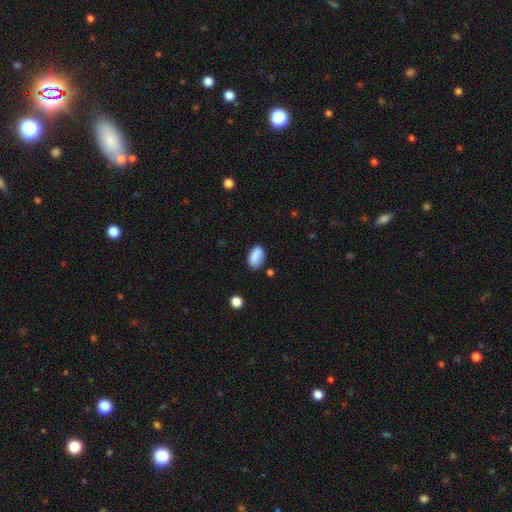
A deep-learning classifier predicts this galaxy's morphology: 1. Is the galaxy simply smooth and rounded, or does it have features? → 87% smooth, 8% star or artifact, 5% featured or disk.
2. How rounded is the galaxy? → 91% in between, 7% round, 2% cigar-shaped.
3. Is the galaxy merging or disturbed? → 75% none, 17% minor disturbance, 4% major disturbance, 3% merger.